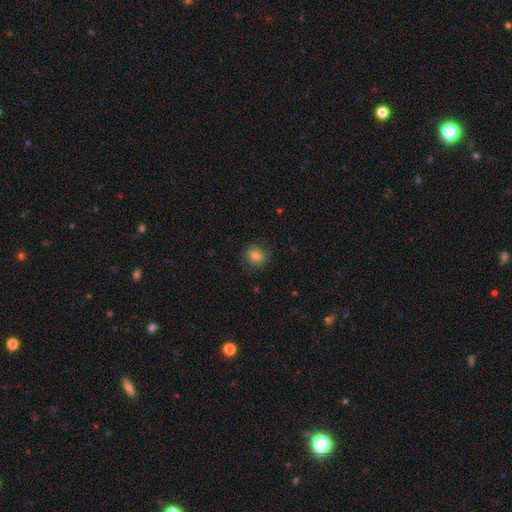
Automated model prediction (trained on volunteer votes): This appears to be a smooth galaxy with no disk features (78%) that is round (76%). Merging: none (83%).